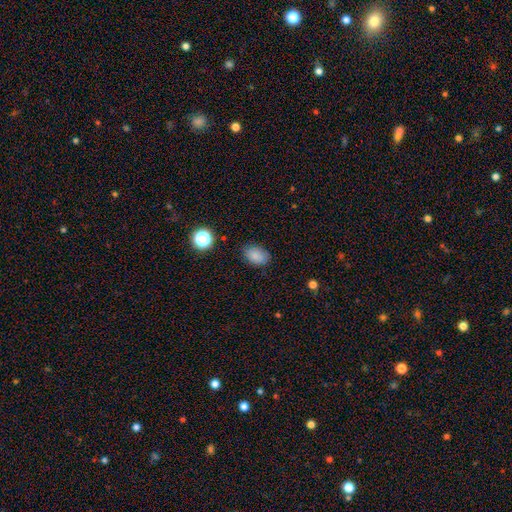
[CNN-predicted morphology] type=smooth (84%); roundness=in between (86%); merging=none (82%).